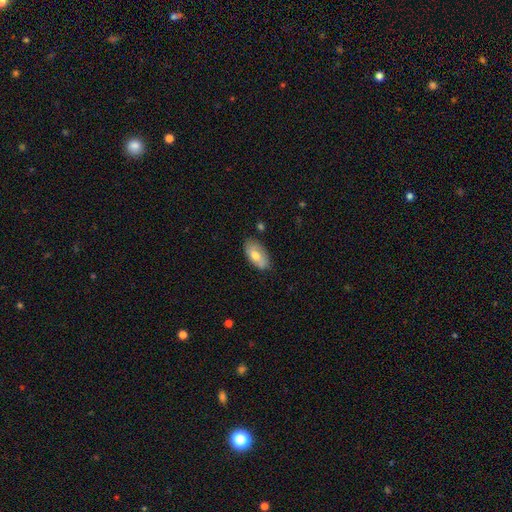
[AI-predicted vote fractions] The model was most divided on "smooth or featured": smooth: 69%, featured or disk: 24%, star or artifact: 6%. More confident: how rounded — in between (93%); merging — none (74%).